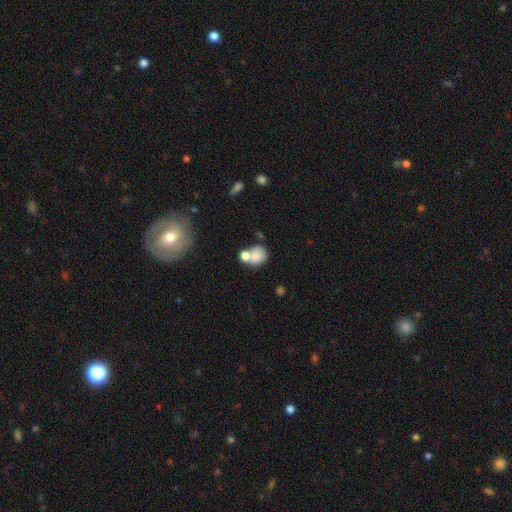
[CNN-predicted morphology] Smooth or featured?
  - smooth: 78% *
  - featured or disk: 13%
  - star or artifact: 9%
How rounded?
  - round: 66% *
  - in between: 33%
  - cigar-shaped: 1%
Merging?
  - merger: 45% *
  - none: 38%
  - minor disturbance: 12%
  - major disturbance: 6%